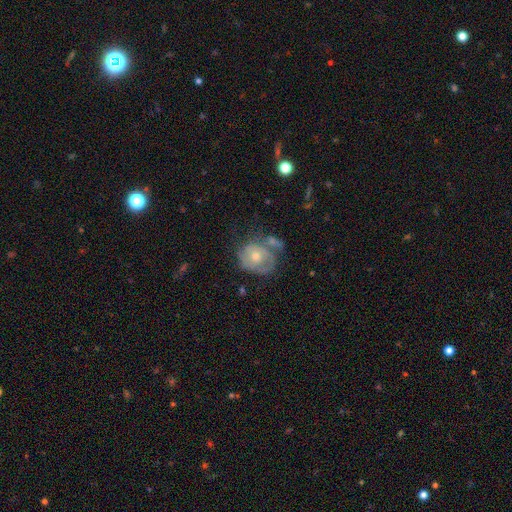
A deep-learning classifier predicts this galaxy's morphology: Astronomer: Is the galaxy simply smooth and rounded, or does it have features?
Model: featured or disk — 63%.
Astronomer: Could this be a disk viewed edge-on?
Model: no — 97%.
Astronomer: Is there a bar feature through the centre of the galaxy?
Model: no — 80%.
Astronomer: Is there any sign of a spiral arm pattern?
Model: yes — 73%.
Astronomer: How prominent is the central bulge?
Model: moderate — 62%.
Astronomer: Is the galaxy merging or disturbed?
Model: none — 49%.